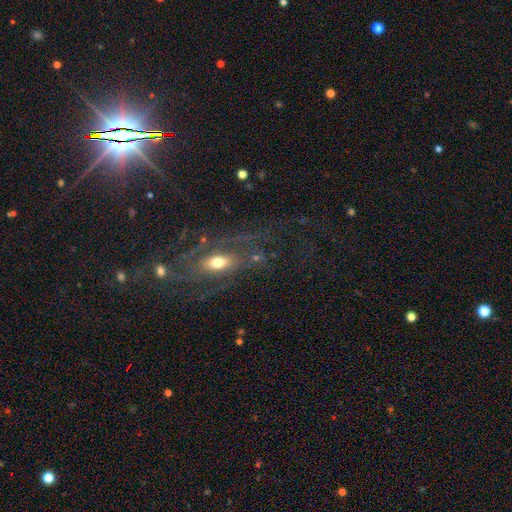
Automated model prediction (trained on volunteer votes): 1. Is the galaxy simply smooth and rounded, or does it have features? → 65% featured or disk, 18% smooth, 17% star or artifact.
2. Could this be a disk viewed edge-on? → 82% no, 18% yes.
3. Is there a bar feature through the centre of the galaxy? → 66% no, 24% weak, 10% strong.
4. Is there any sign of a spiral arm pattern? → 74% yes, 26% no.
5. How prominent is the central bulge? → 65% moderate, 20% small, 10% large, 2% dominant, 2% none.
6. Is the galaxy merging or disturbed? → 58% none, 20% major disturbance, 17% minor disturbance, 5% merger.